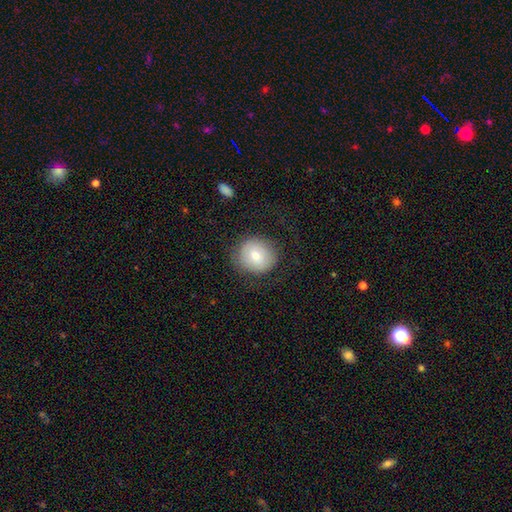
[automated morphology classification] type=smooth (73%); roundness=round (85%); merging=none (78%).